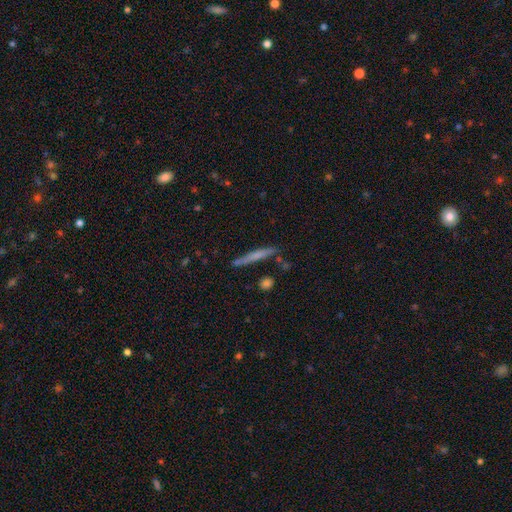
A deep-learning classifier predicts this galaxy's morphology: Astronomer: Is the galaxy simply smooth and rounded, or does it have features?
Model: smooth — 51% (runner-up: featured or disk, 42%).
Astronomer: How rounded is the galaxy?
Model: cigar-shaped — 95%.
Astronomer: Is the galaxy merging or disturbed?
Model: none — 82%.